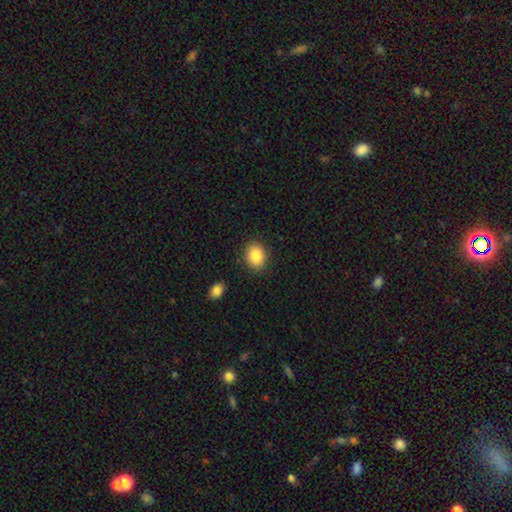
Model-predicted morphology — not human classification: Q: Smooth or featured?
A: smooth (88%); runner-up: star or artifact (8%)
Q: How rounded?
A: in between (54%); runner-up: round (45%)
Q: Merging?
A: none (86%); runner-up: minor disturbance (9%)